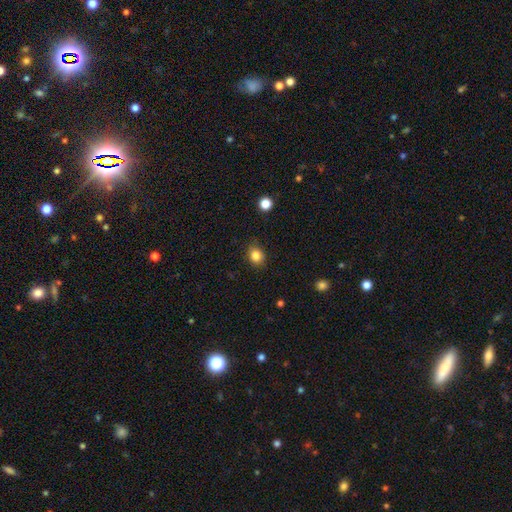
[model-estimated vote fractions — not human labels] smooth_or_featured: smooth (p=0.84) [alt: star or artifact p=0.11]
how_rounded: round (p=0.57) [alt: in between p=0.42]
merging: none (p=0.84) [alt: minor disturbance p=0.12]